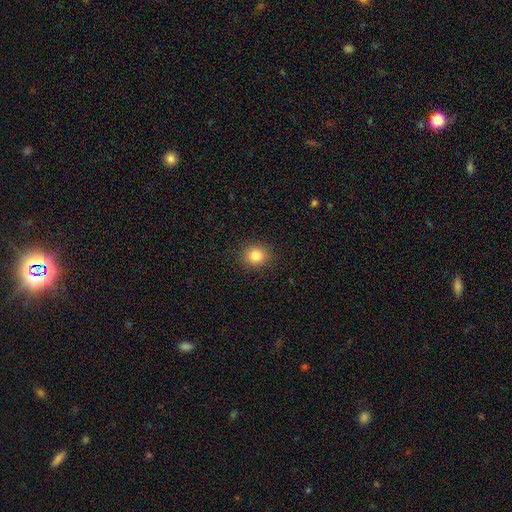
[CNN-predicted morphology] The model was most divided on "how rounded": round: 79%, in between: 20%, cigar-shaped: 1%. More confident: merging — none (90%); smooth or featured — smooth (83%).